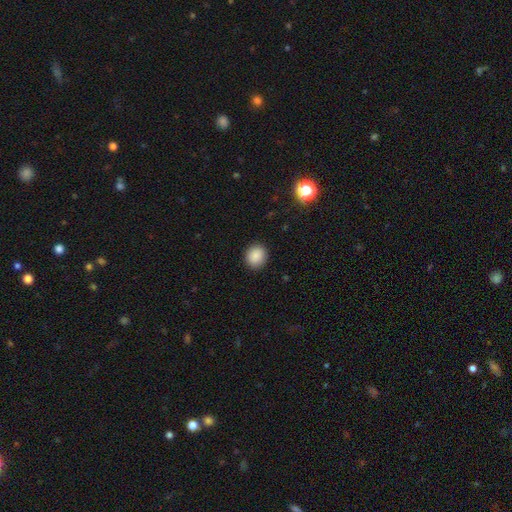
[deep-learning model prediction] Smooth or featured: smooth — 87% (star or artifact — 9%)
How rounded: round — 80% (in between — 19%)
Merging: none — 90% (minor disturbance — 7%)